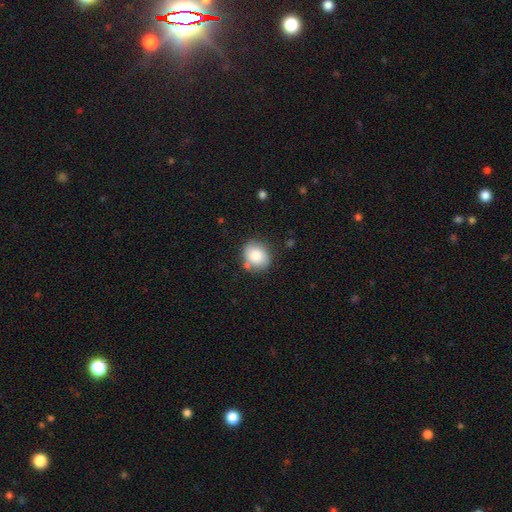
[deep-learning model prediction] Morphology: type=smooth (80%); roundness=round (63%); merging=none (72%).